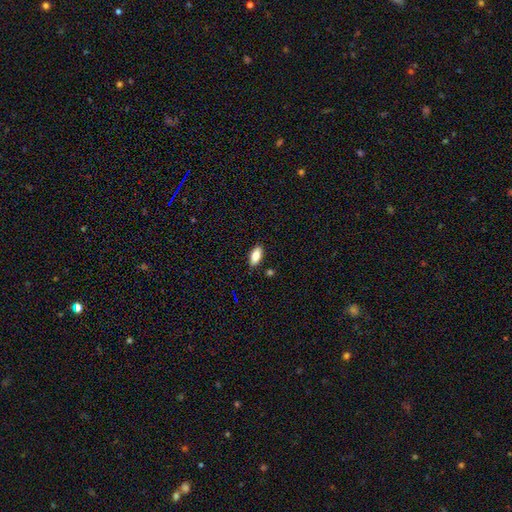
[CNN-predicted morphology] Smooth or featured? Predicted: smooth (p=0.80). How rounded? Predicted: in between (p=0.88). Merging? Predicted: none (p=0.87).